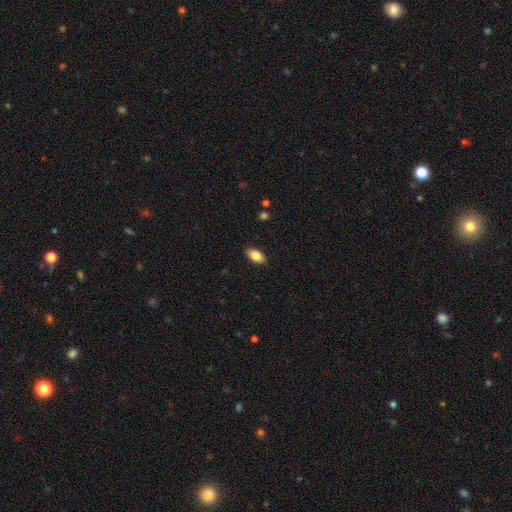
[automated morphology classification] type=smooth (84%); roundness=in between (92%); merging=none (88%).